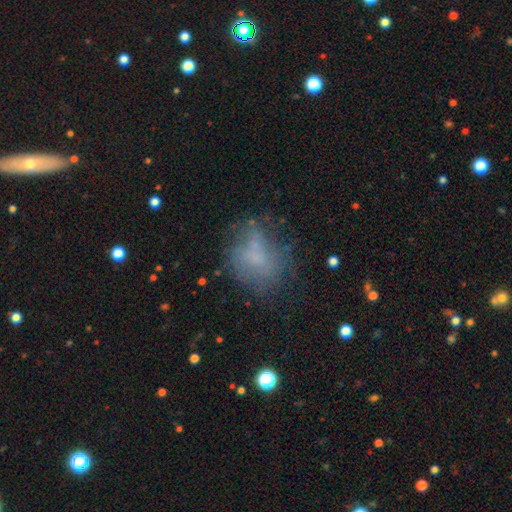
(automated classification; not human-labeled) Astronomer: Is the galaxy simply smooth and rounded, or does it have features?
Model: smooth — 58%.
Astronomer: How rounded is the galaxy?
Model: in between — 50% (runner-up: round, 48%).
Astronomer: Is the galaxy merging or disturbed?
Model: none — 55%.